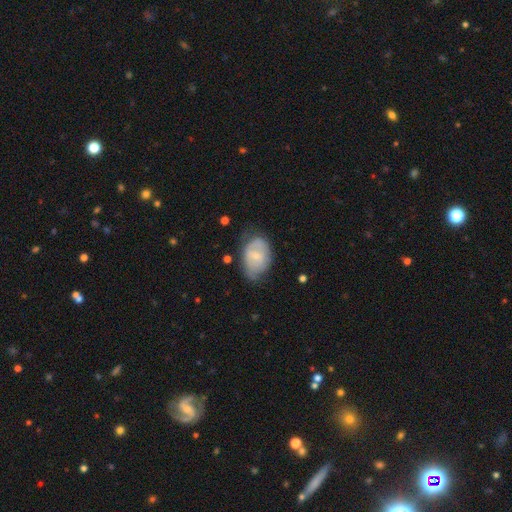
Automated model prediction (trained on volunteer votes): Overall: smooth (48%; featured or disk 45%). Merging: none (51%; minor disturbance 34%).